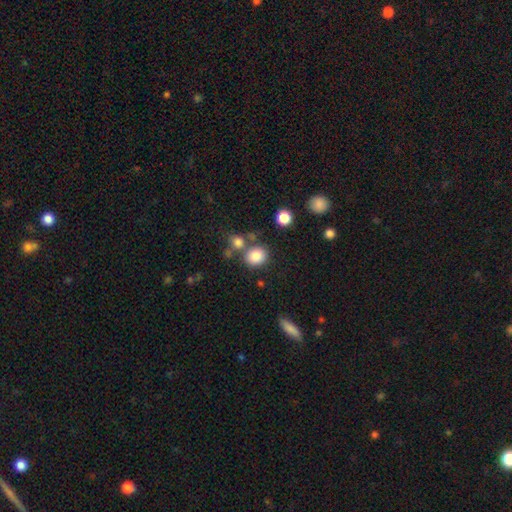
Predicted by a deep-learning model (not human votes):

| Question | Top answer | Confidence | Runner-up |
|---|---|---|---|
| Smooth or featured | smooth | 83% | star or artifact (11%) |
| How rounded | round | 72% | in between (27%) |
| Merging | none | 68% | merger (16%) |